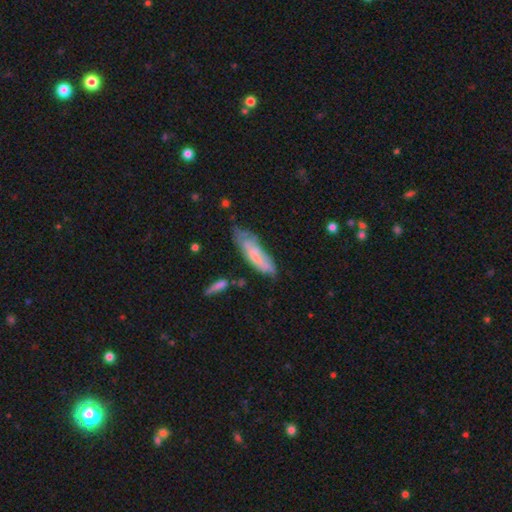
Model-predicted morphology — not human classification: A smooth galaxy with no disk features (56%) that is cigar-shaped (50%).

Vote fractions:
- Smooth or featured? smooth: 56% / featured or disk: 37% / star or artifact: 7%
- How rounded? cigar-shaped: 50% / in between: 49% / round: 2%
- Merging? none: 46% / minor disturbance: 34% / major disturbance: 13% / merger: 6%